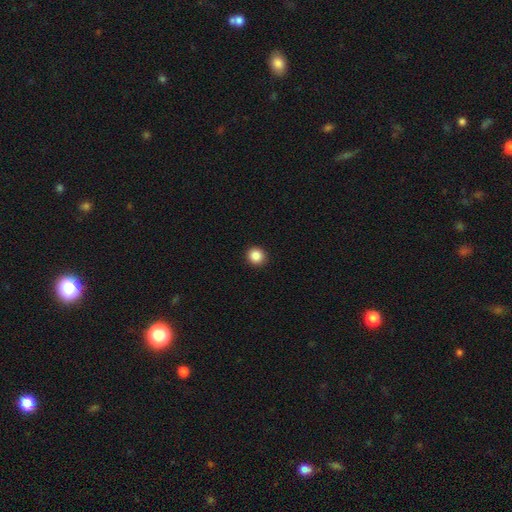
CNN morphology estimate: smooth_or_featured: smooth (p=0.87) [alt: star or artifact p=0.10]
how_rounded: round (p=0.93) [alt: in between p=0.06]
merging: none (p=0.93) [alt: minor disturbance p=0.04]